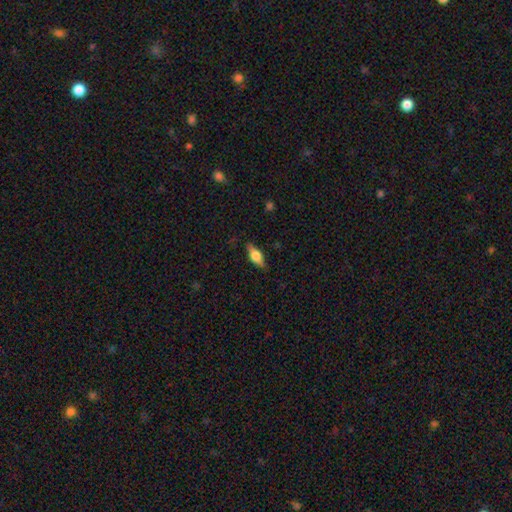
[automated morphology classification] The model was most divided on "smooth or featured": smooth: 55%, featured or disk: 38%, star or artifact: 7%. More confident: merging — none (82%); how rounded — in between (73%).